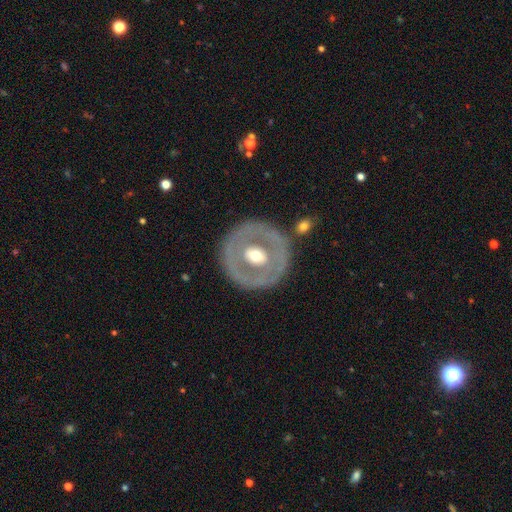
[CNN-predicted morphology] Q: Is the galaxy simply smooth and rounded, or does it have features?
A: featured or disk — 64%.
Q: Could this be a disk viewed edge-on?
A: no — 95%.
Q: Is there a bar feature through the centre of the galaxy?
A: no — 67%.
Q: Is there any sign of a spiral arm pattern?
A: no — 83%.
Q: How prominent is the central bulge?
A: moderate — 73%.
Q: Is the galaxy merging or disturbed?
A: none — 80%.